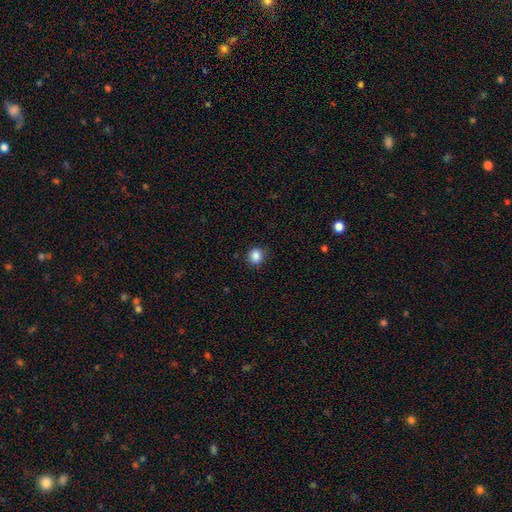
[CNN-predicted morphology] Smooth or featured: smooth — 86% (star or artifact — 10%)
How rounded: round — 81% (in between — 18%)
Merging: none — 88% (minor disturbance — 9%)